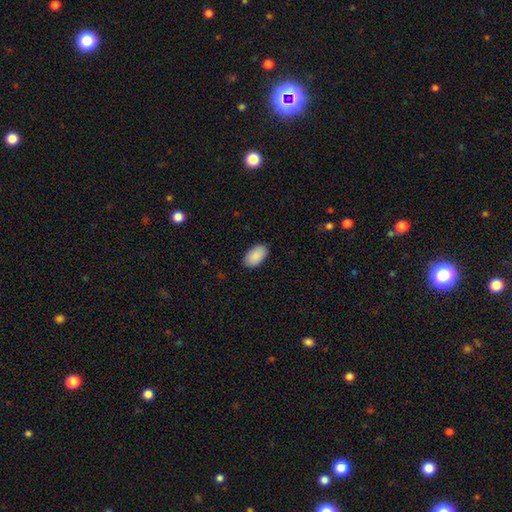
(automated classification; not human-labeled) The model was most divided on "merging": none: 88%, minor disturbance: 9%, major disturbance: 2%, merger: 1%. More confident: how rounded — in between (95%); smooth or featured — smooth (91%).